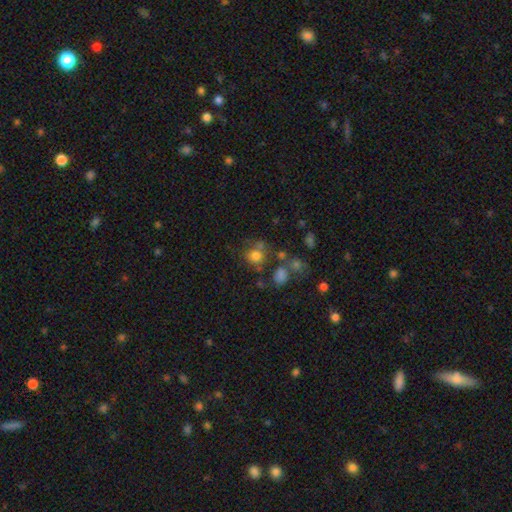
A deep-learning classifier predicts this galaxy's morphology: A smooth galaxy with no disk features (75%) that is round (83%).

Vote fractions:
- Smooth or featured? smooth: 75% / star or artifact: 15% / featured or disk: 10%
- How rounded? round: 83% / in between: 16% / cigar-shaped: 1%
- Merging? none: 58% / merger: 18% / minor disturbance: 15% / major disturbance: 9%